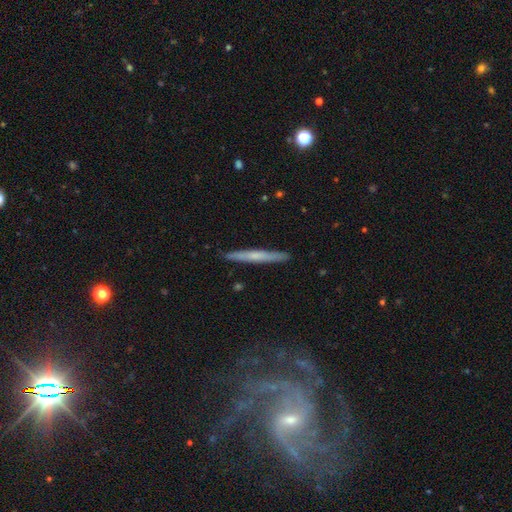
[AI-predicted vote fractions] Smooth or featured: featured or disk — 48% (smooth — 46%)
Merging: none — 90% (minor disturbance — 7%)